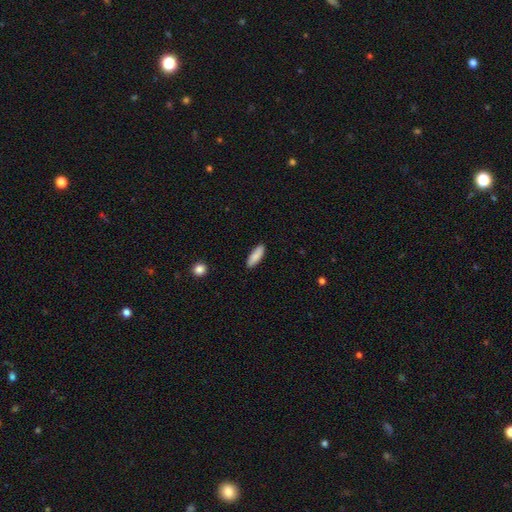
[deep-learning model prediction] Smooth or featured? Predicted: smooth (p=0.87). How rounded? Predicted: in between (p=0.56). Merging? Predicted: none (p=0.88).